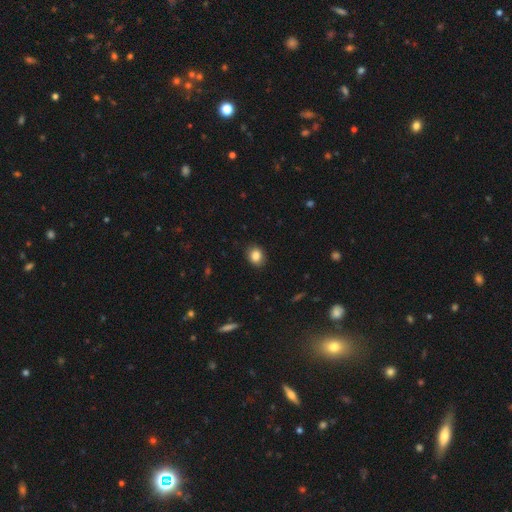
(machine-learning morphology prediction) A smooth galaxy with no disk features (85%) that is round (58%).

Vote fractions:
- Smooth or featured? smooth: 85% / star or artifact: 9% / featured or disk: 5%
- How rounded? round: 58% / in between: 41% / cigar-shaped: 1%
- Merging? none: 88% / minor disturbance: 9% / major disturbance: 2% / merger: 1%